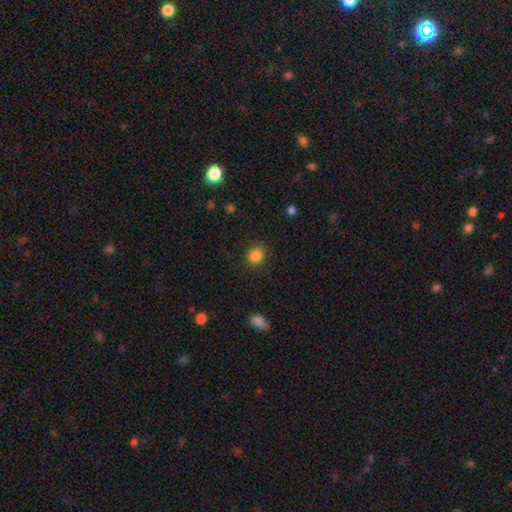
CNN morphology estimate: This appears to be a smooth galaxy with no disk features (85%) that is round (67%). Merging: none (85%).